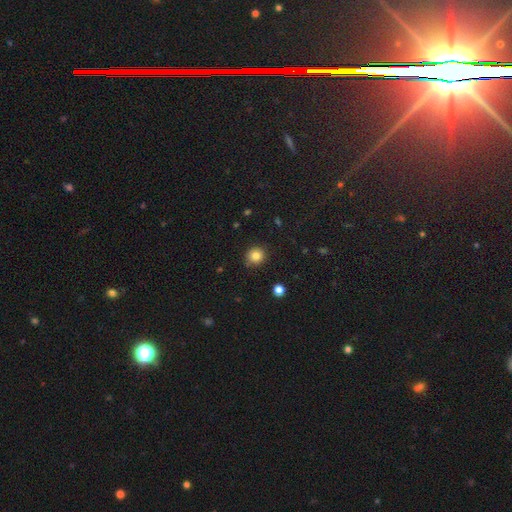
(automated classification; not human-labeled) This is clearly a smooth galaxy (83%). How rounded: clearly round (89%). Merging: clearly none (87%).